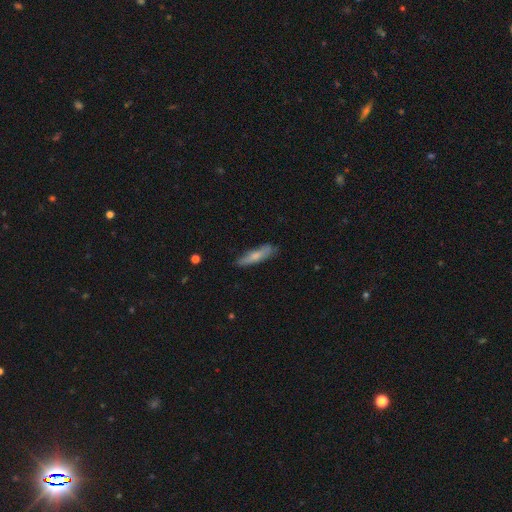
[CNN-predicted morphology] Smooth or featured?
  - smooth: 64% *
  - featured or disk: 30%
  - star or artifact: 6%
How rounded?
  - cigar-shaped: 78% *
  - in between: 20%
  - round: 2%
Merging?
  - none: 75% *
  - minor disturbance: 20%
  - major disturbance: 4%
  - merger: 2%